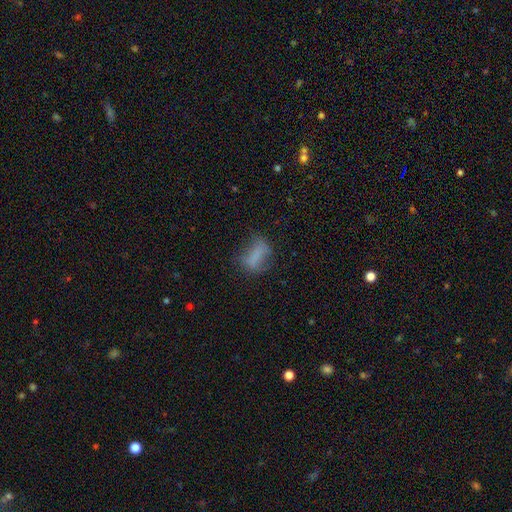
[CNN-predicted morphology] This appears to be a smooth galaxy with no disk features (67%) that is in between round and cigar-shaped (71%). Merging: none (50%).